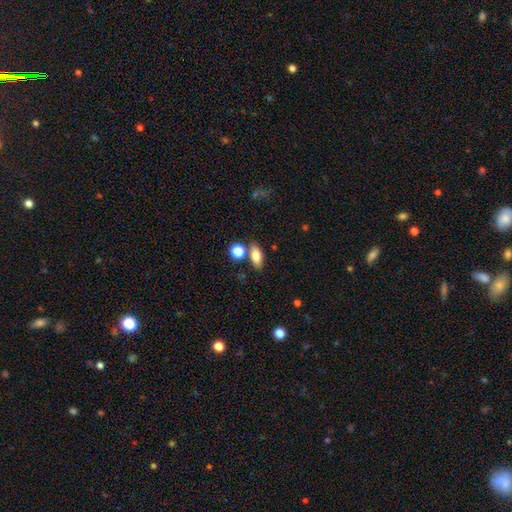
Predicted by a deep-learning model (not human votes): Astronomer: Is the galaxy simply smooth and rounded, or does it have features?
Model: smooth — 79%.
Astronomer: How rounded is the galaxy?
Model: in between — 80%.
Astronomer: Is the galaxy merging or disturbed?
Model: none — 73%.